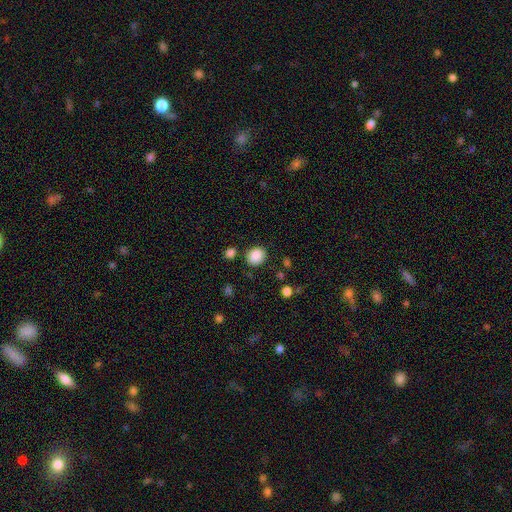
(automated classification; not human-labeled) Smooth or featured? Predicted: smooth (p=0.87). How rounded? Predicted: round (p=0.63). Merging? Predicted: none (p=0.82).